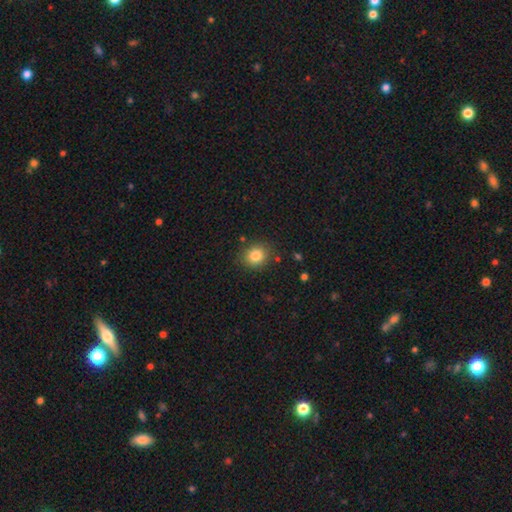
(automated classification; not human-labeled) A smooth galaxy with no disk features (83%) that is round (73%).

Vote fractions:
- Smooth or featured? smooth: 83% / star or artifact: 10% / featured or disk: 6%
- How rounded? round: 73% / in between: 27% / cigar-shaped: 1%
- Merging? none: 85% / minor disturbance: 10% / major disturbance: 3% / merger: 2%